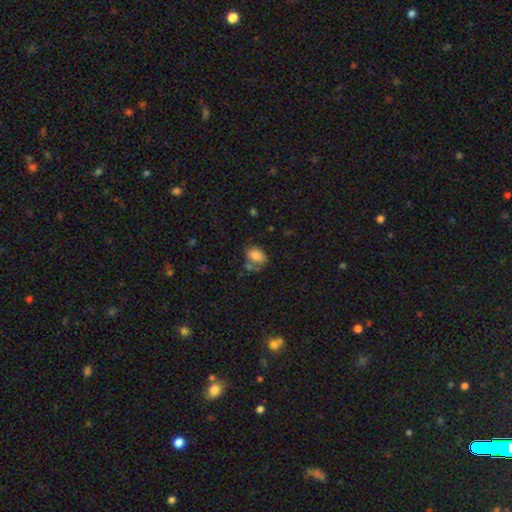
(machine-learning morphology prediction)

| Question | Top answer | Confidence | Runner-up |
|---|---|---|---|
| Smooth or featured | smooth | 77% | featured or disk (14%) |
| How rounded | in between | 72% | round (27%) |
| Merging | none | 48% | minor disturbance (23%) |